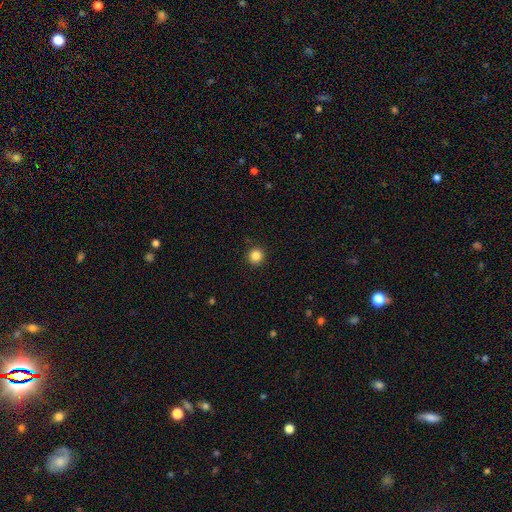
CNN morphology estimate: type=smooth (85%); roundness=round (95%); merging=none (93%).